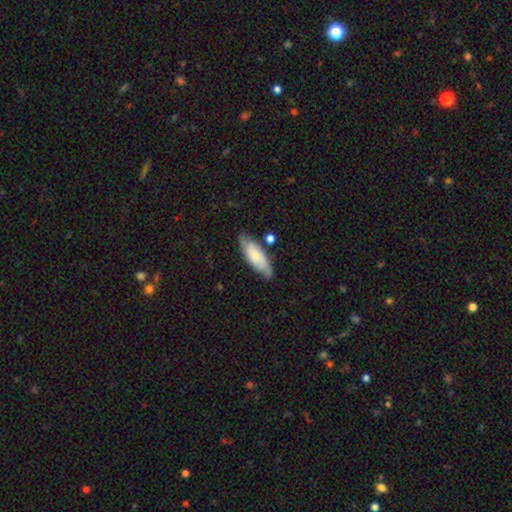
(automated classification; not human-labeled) This appears to be a smooth galaxy with no disk features (50%) that is in between round and cigar-shaped (66%). Merging: none (71%).